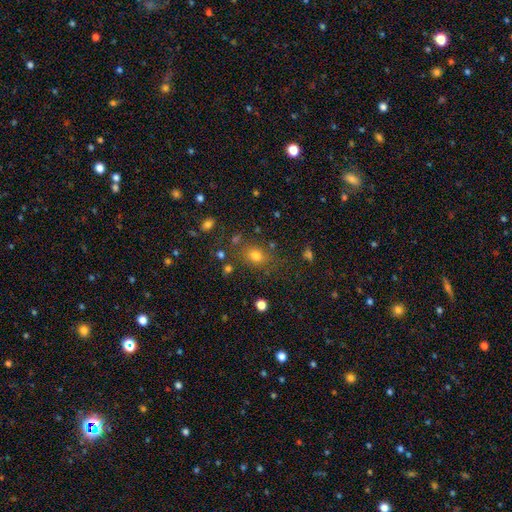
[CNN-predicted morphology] A smooth galaxy with no disk features (72%) that is round (51%).

Vote fractions:
- Smooth or featured? smooth: 72% / star or artifact: 19% / featured or disk: 9%
- How rounded? round: 51% / in between: 48% / cigar-shaped: 1%
- Merging? none: 74% / minor disturbance: 14% / merger: 7% / major disturbance: 6%